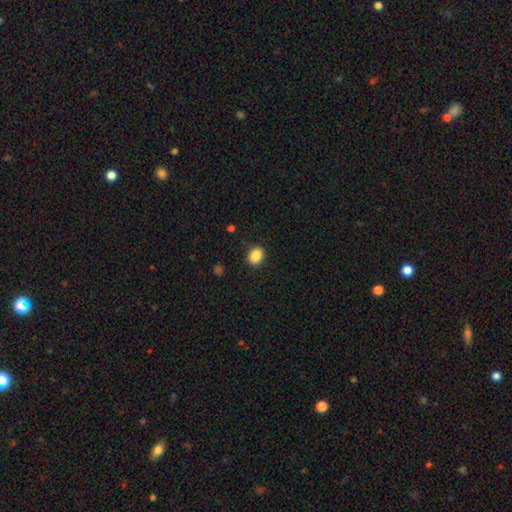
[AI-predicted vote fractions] Morphology: type=smooth (88%); roundness=round (51%); merging=none (88%).